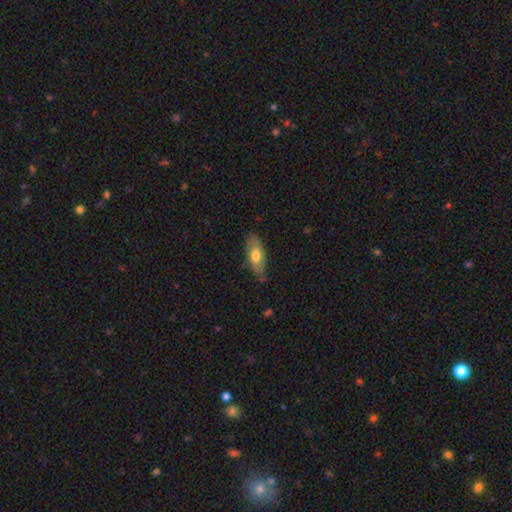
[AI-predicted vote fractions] This appears to be a smooth galaxy with no disk features (61%) that is in between round and cigar-shaped (80%). Merging: none (73%).